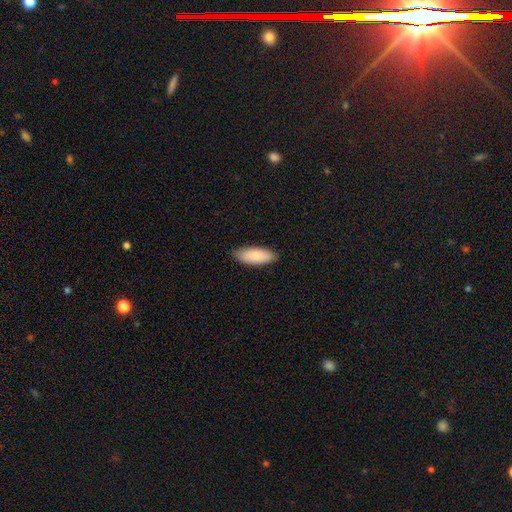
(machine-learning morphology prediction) Smooth or featured?
  - smooth: 85% *
  - featured or disk: 10%
  - star or artifact: 5%
How rounded?
  - in between: 80% *
  - cigar-shaped: 18%
  - round: 2%
Merging?
  - none: 86% *
  - minor disturbance: 11%
  - major disturbance: 2%
  - merger: 1%